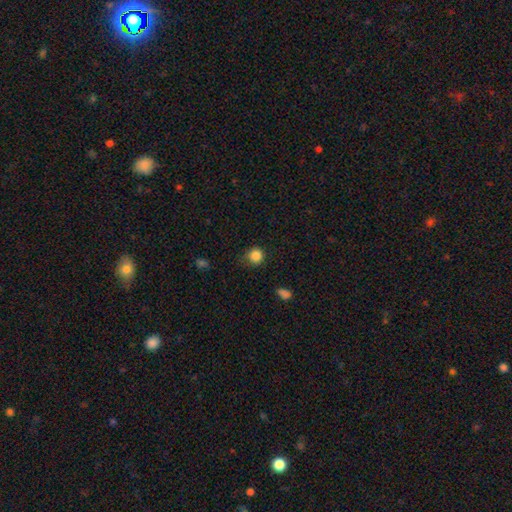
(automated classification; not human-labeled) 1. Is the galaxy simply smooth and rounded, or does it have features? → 85% smooth, 11% star or artifact, 4% featured or disk.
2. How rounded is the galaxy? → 90% round, 9% in between, 1% cigar-shaped.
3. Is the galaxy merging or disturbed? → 73% none, 21% minor disturbance, 5% major disturbance, 2% merger.